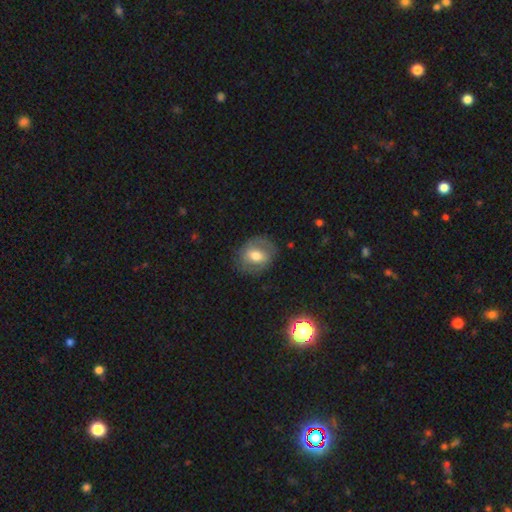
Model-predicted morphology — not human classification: smooth-or-featured: smooth: 50% | featured or disk: 42% | star or artifact: 8%
  merging: none: 76% | minor disturbance: 16% | major disturbance: 7% | merger: 1%